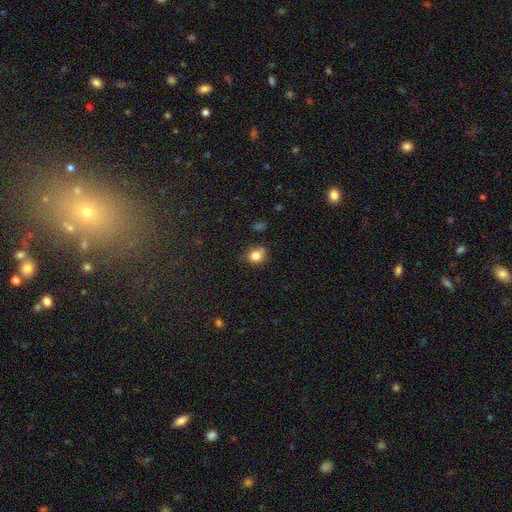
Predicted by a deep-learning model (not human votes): Smooth or featured?
  - smooth: 82% *
  - star or artifact: 11%
  - featured or disk: 7%
How rounded?
  - round: 64% *
  - in between: 36%
  - cigar-shaped: 1%
Merging?
  - none: 66% *
  - minor disturbance: 25%
  - major disturbance: 5%
  - merger: 3%